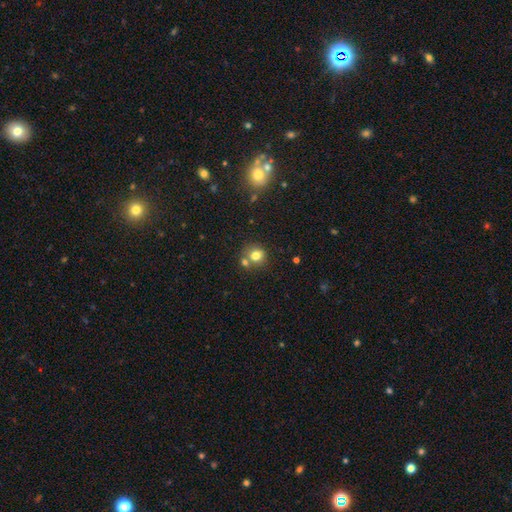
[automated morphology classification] smooth_or_featured: smooth (p=0.77) [alt: star or artifact p=0.12]
how_rounded: round (p=0.84) [alt: in between p=0.16]
merging: none (p=0.60) [alt: merger p=0.27]